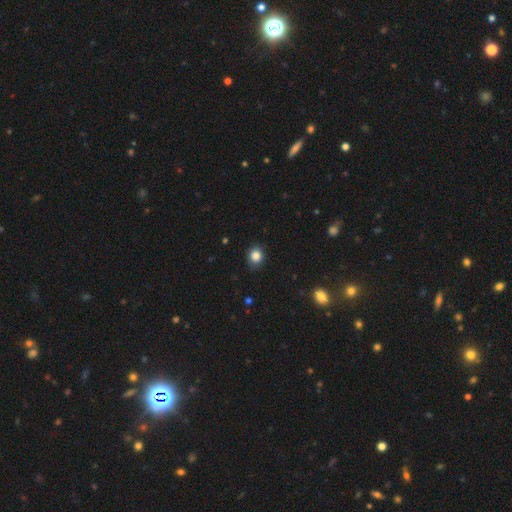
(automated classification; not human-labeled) smooth_or_featured: smooth (p=0.85) [alt: star or artifact p=0.10]
how_rounded: round (p=0.71) [alt: in between p=0.28]
merging: none (p=0.87) [alt: minor disturbance p=0.10]